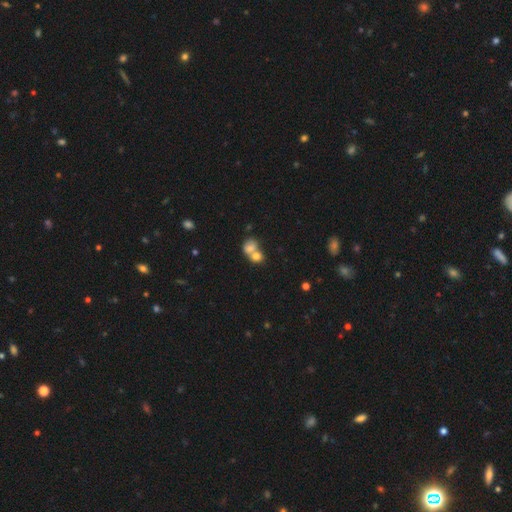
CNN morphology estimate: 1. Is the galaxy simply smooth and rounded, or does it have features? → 76% smooth, 14% featured or disk, 10% star or artifact.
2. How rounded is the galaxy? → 57% round, 41% in between, 1% cigar-shaped.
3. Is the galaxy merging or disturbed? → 66% merger, 25% none, 6% minor disturbance, 3% major disturbance.